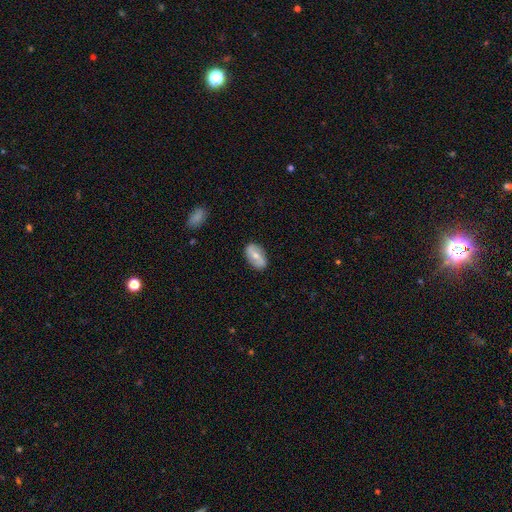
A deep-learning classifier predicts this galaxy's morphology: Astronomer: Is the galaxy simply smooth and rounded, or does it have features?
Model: featured or disk — 48% (runner-up: smooth, 46%).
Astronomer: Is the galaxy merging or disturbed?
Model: none — 85%.